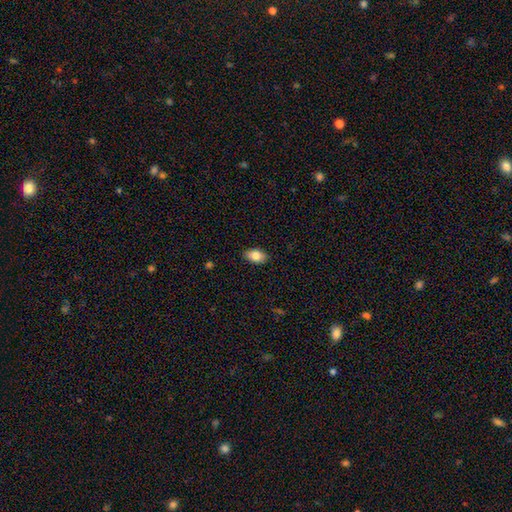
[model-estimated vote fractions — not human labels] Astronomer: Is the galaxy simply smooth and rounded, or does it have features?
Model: smooth — 82%.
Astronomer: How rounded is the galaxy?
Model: in between — 90%.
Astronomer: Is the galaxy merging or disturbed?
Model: none — 87%.